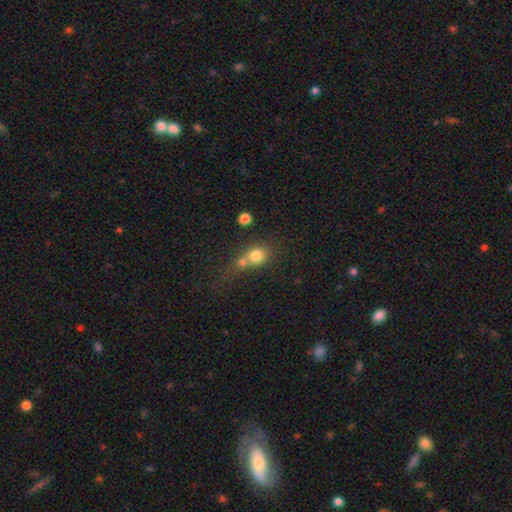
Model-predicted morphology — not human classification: A smooth galaxy with no disk features (75%) that is round (72%). Merging: merger (54%).